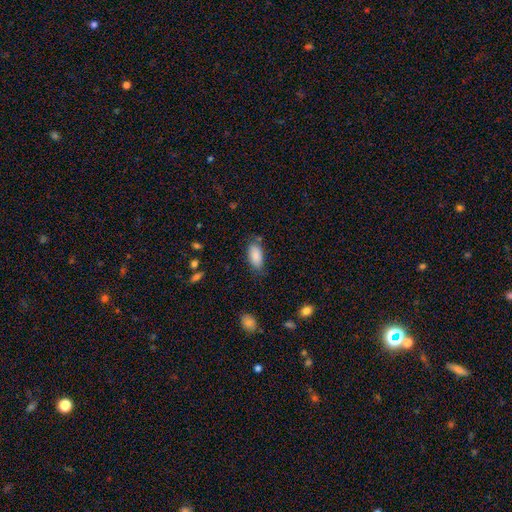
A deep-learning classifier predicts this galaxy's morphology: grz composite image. It shows a smooth galaxy with no disk features (88%) that is in between round and cigar-shaped (92%). Merging: none (73%).